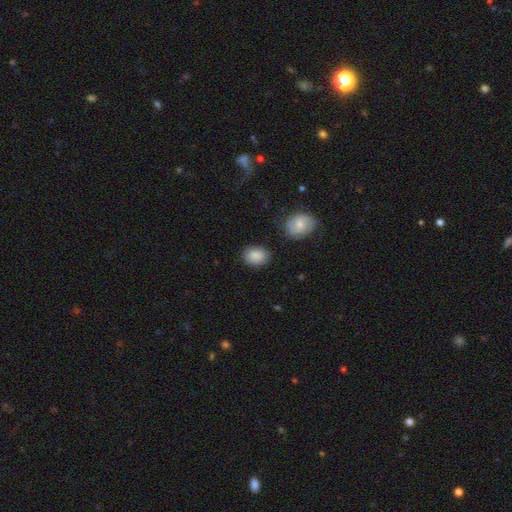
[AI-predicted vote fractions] smooth 87%, star or artifact 7%, featured or disk 6%. Down the decision tree: how rounded — in between (60%); merging — none (81%).